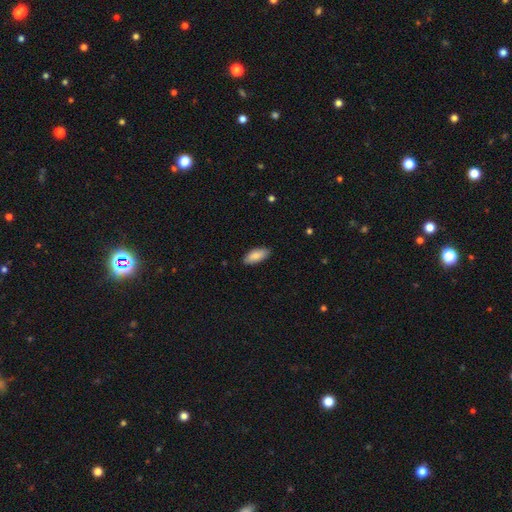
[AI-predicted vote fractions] smooth 86%, featured or disk 9%, star or artifact 6%. Down the decision tree: how rounded — in between (85%); merging — none (86%).